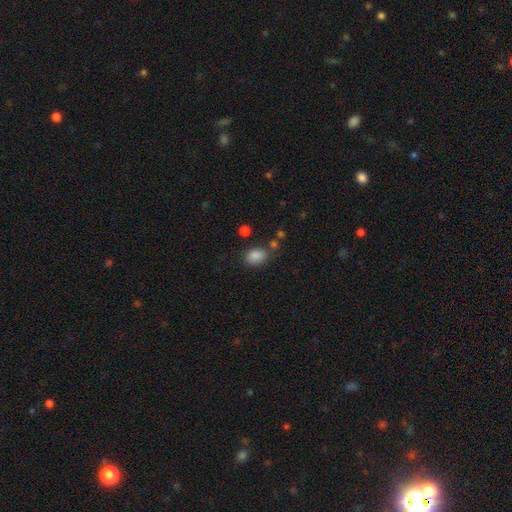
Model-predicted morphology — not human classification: The model was most divided on "how rounded": in between: 77%, round: 22%, cigar-shaped: 1%. More confident: smooth or featured — smooth (87%); merging — none (75%).